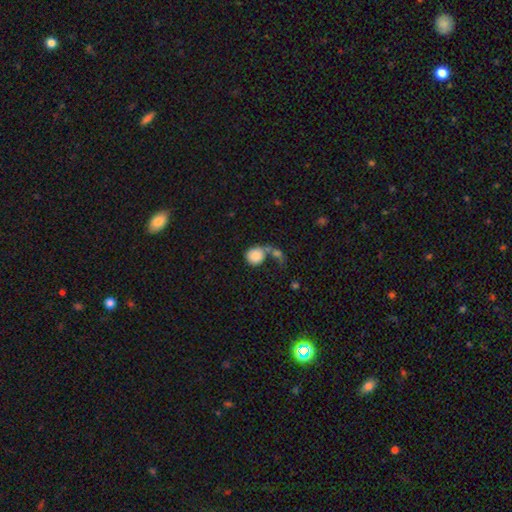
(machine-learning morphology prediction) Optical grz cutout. It shows a smooth galaxy with no disk features (85%) that is round (84%). Merging: merger (41%).